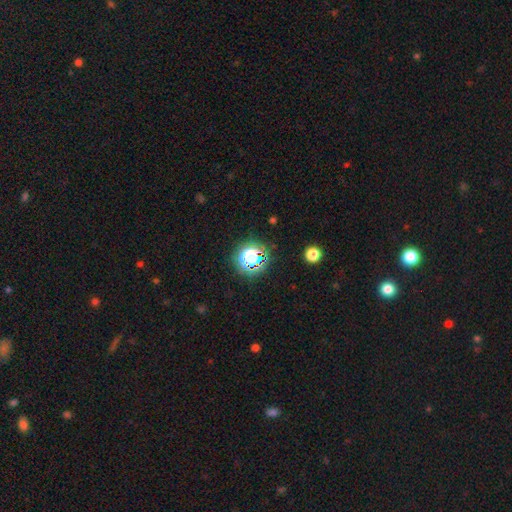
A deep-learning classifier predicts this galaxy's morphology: Overall: star or artifact (51%; smooth 37%).